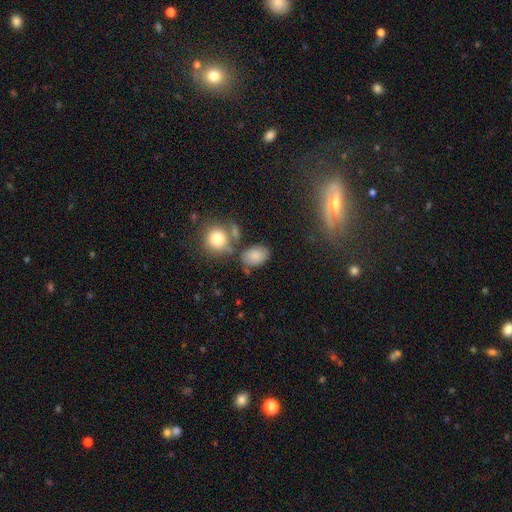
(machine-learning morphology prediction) A smooth galaxy with no disk features (80%) that is in between round and cigar-shaped (81%). Merging: none (64%).